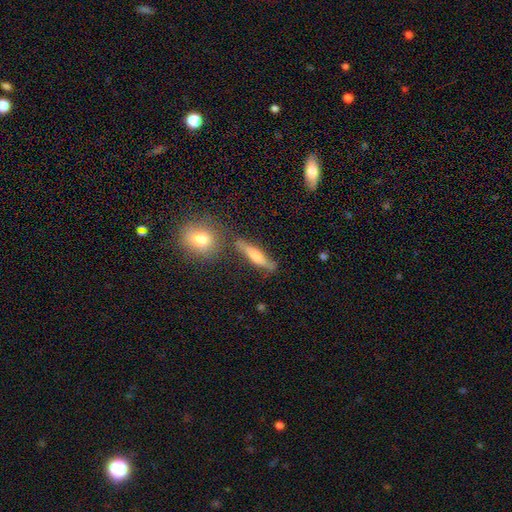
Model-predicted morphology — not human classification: smooth 47%, featured or disk 43%, star or artifact 9%. Down the decision tree: merging — none (73%).